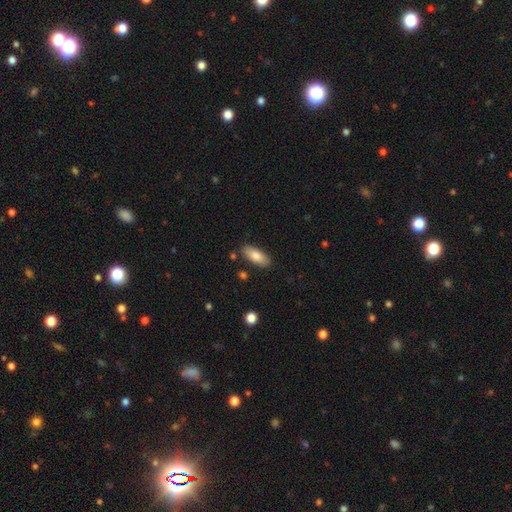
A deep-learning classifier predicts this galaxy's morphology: smooth 81%, featured or disk 13%, star or artifact 6%. Down the decision tree: how rounded — in between (79%); merging — none (86%).